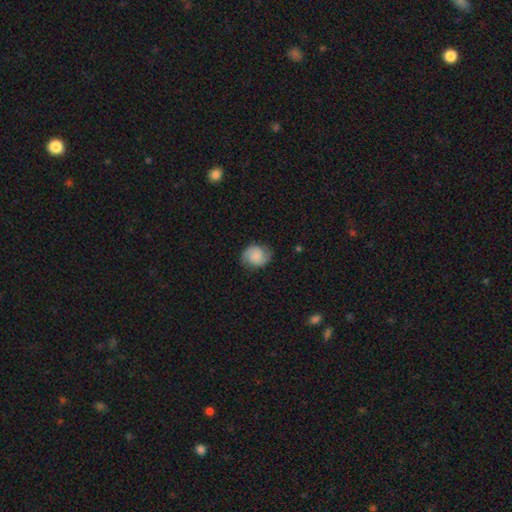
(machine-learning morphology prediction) Smooth or featured? featured or disk (49%)
Merging? none (79%)